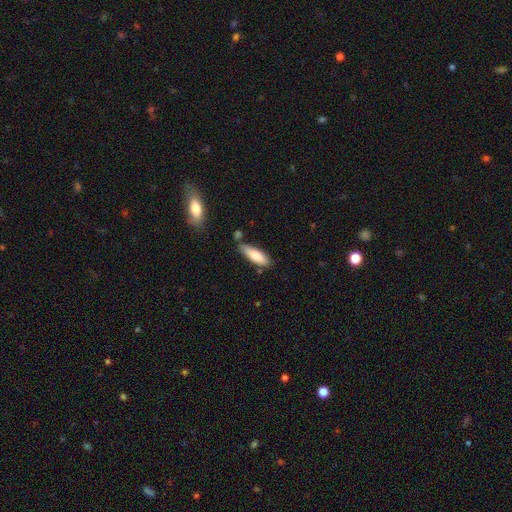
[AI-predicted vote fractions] A smooth galaxy with no disk features (83%) that is in between round and cigar-shaped (55%).

Vote fractions:
- Smooth or featured? smooth: 83% / featured or disk: 11% / star or artifact: 6%
- How rounded? in between: 55% / cigar-shaped: 43% / round: 2%
- Merging? none: 70% / minor disturbance: 19% / merger: 8% / major disturbance: 4%